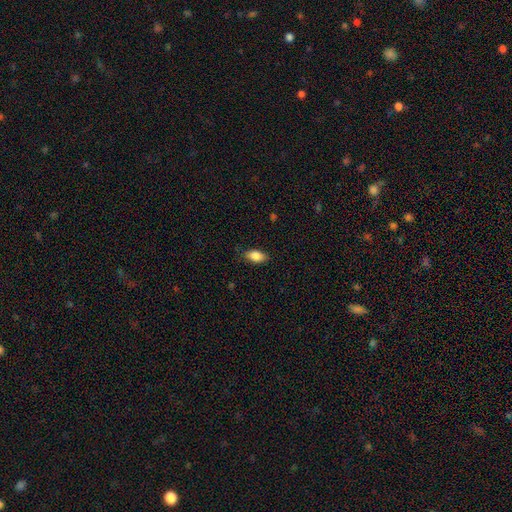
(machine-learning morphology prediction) Smooth or featured?
  - smooth: 86% *
  - star or artifact: 7%
  - featured or disk: 6%
How rounded?
  - in between: 90% *
  - round: 5%
  - cigar-shaped: 5%
Merging?
  - none: 82% *
  - minor disturbance: 14%
  - major disturbance: 3%
  - merger: 1%